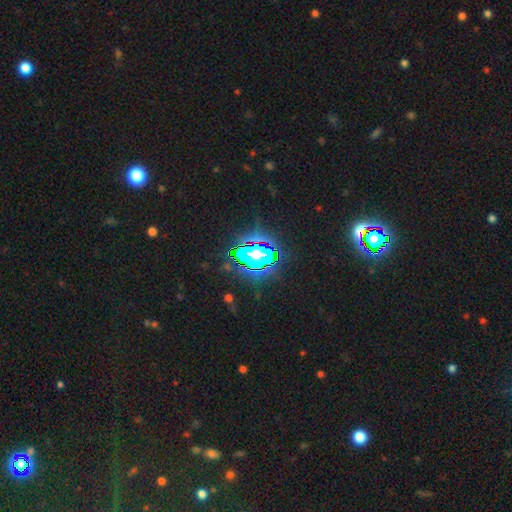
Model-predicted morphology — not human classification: type=star or artifact (60%).